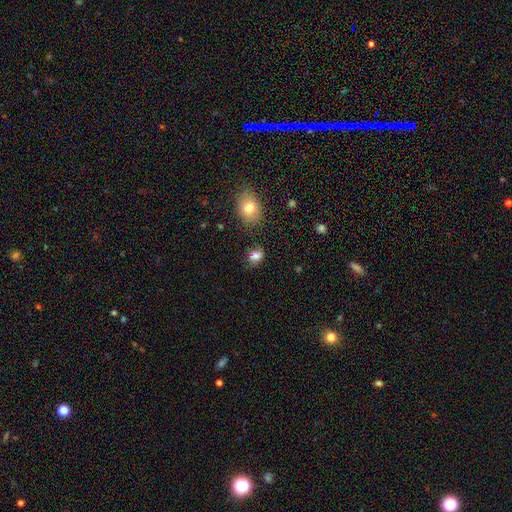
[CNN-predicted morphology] smooth 79%, star or artifact 11%, featured or disk 10%. Down the decision tree: how rounded — in between (65%); merging — none (67%).